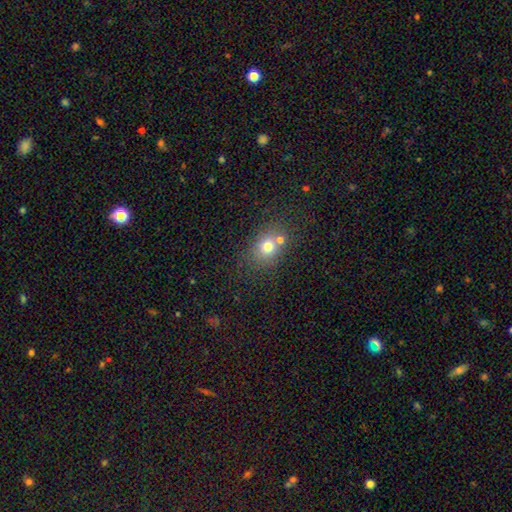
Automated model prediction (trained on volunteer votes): Q: Smooth or featured?
A: smooth (63%); runner-up: star or artifact (27%)
Q: How rounded?
A: round (64%); runner-up: in between (34%)
Q: Merging?
A: none (68%); runner-up: merger (17%)